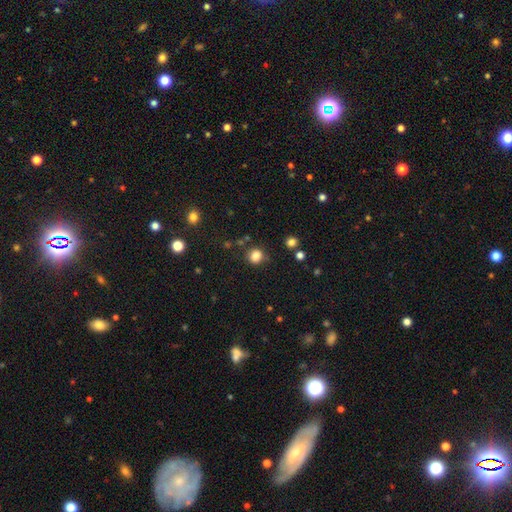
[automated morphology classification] This is clearly a smooth galaxy (83%). How rounded: clearly round (82%). Merging: likely none (79%).